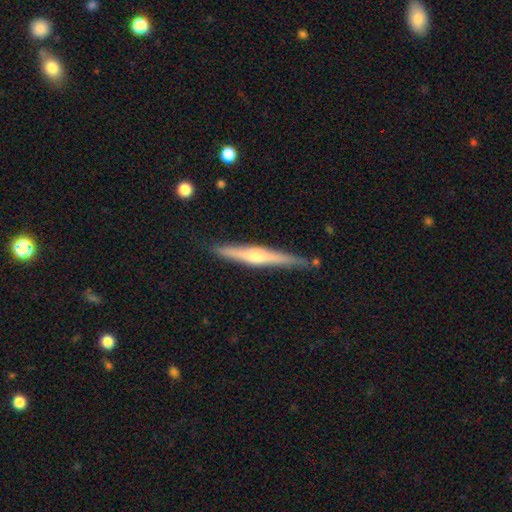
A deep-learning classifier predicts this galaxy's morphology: A featured or disk galaxy (71%) viewed edge-on (98%) with a rounded central bulge (79%). Merging: none (86%).